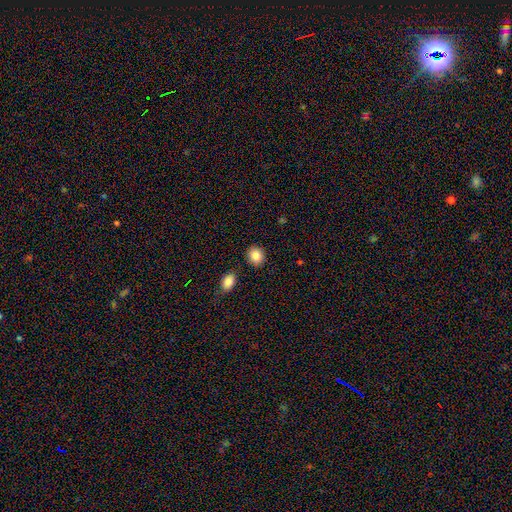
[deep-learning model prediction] Morphology: type=smooth (86%); roundness=round (73%); merging=none (85%).